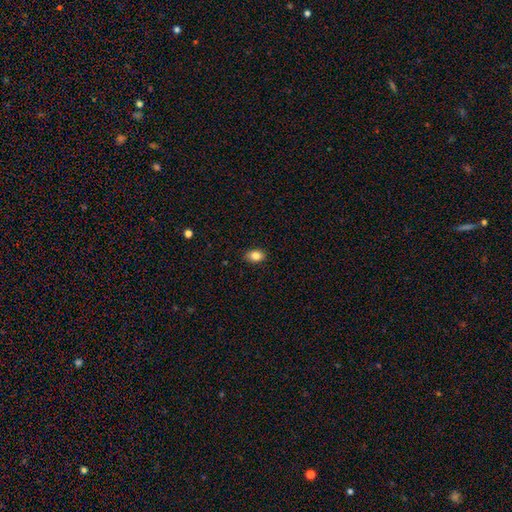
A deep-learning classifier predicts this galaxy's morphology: A smooth galaxy with no disk features (85%) that is in between round and cigar-shaped (78%).

Vote fractions:
- Smooth or featured? smooth: 85% / star or artifact: 9% / featured or disk: 6%
- How rounded? in between: 78% / round: 21% / cigar-shaped: 1%
- Merging? none: 87% / minor disturbance: 10% / major disturbance: 2% / merger: 1%